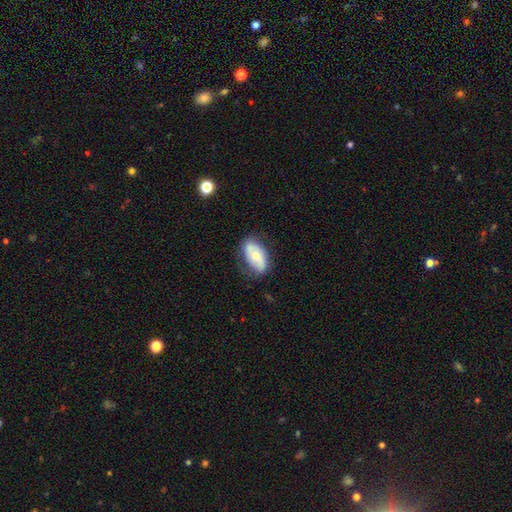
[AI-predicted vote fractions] This is possibly a smooth galaxy (50%). Merging: likely none (70%).